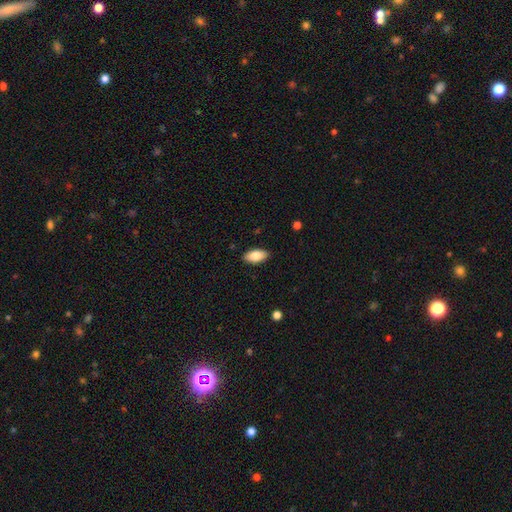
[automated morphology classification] Smooth or featured? smooth (83%)
How rounded? in between (92%)
Merging? none (88%)